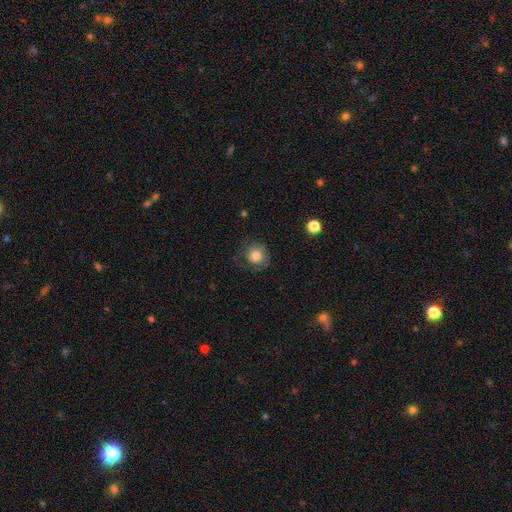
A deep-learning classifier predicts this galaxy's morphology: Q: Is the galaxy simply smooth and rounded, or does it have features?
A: smooth — 78%.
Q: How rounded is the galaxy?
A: round — 87%.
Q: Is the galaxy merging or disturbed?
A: none — 68%.